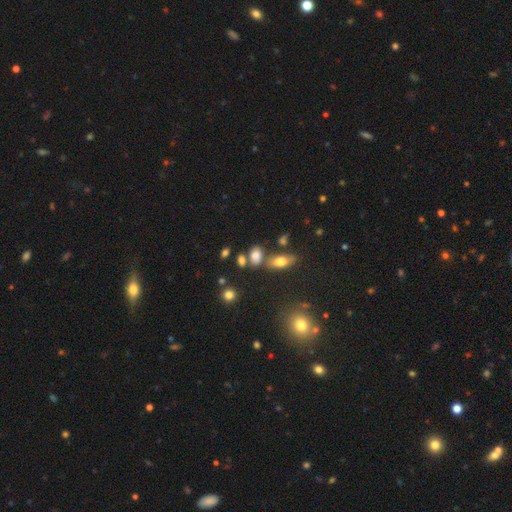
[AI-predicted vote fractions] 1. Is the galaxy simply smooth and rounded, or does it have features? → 76% smooth, 12% featured or disk, 11% star or artifact.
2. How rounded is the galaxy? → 84% in between, 11% round, 5% cigar-shaped.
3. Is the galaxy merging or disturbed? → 58% none, 22% merger, 15% minor disturbance, 5% major disturbance.